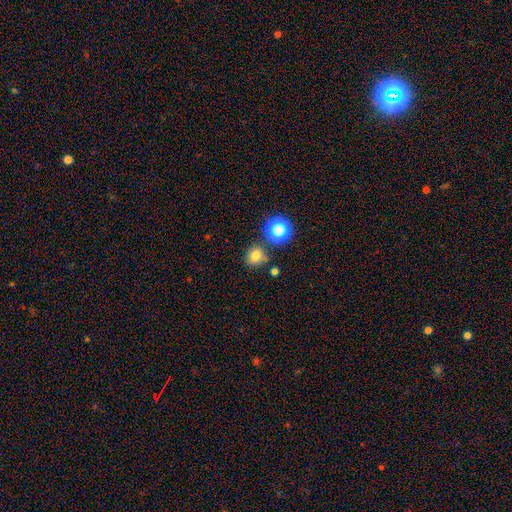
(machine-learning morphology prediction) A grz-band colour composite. It shows a smooth galaxy with no disk features (74%) that is round (82%). Merging: none (75%).